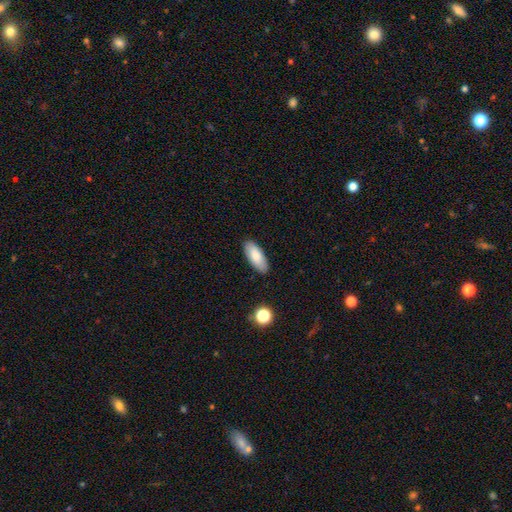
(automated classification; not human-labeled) A smooth galaxy with no disk features (83%) that is in between round and cigar-shaped (82%).

Vote fractions:
- Smooth or featured? smooth: 83% / featured or disk: 11% / star or artifact: 7%
- How rounded? in between: 82% / cigar-shaped: 16% / round: 2%
- Merging? none: 88% / minor disturbance: 9% / major disturbance: 2% / merger: 1%